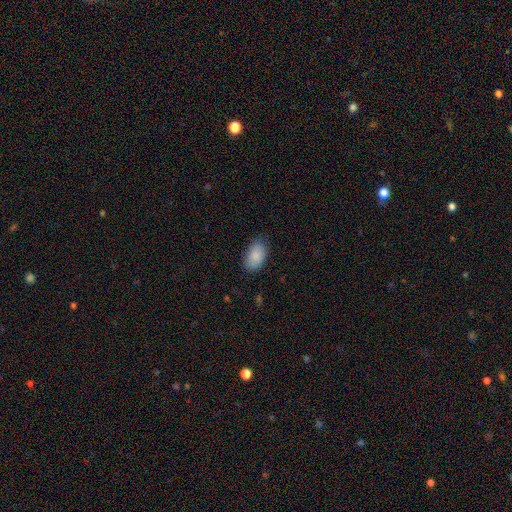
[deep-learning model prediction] Smooth or featured: smooth — 87% (star or artifact — 7%)
How rounded: in between — 93% (round — 5%)
Merging: none — 79% (minor disturbance — 17%)